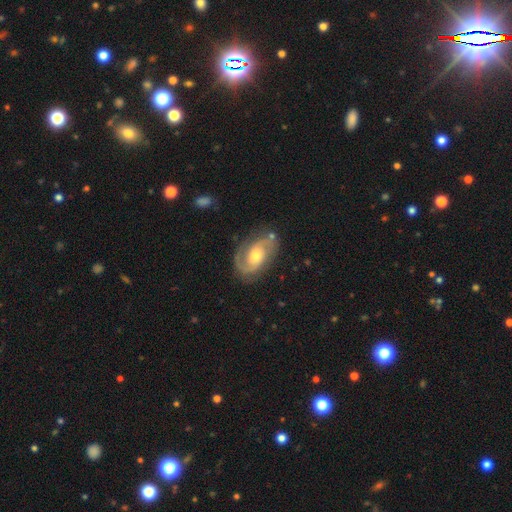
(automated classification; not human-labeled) smooth-or-featured: featured or disk: 84% | smooth: 11% | star or artifact: 6%
  disk-edge-on: no: 97% | yes: 3%
    bar: no: 60% | weak: 33% | strong: 7%
    has-spiral-arms: yes: 95% | no: 5%
      spiral-winding: medium: 50% | tight: 32% | loose: 19%
      spiral-arm-count: 2: 85% | can't tell: 6% | 1: 4% | 3: 2% | 4: 1% | more than 4: 1%
    bulge-size: moderate: 62% | small: 31% | large: 5% | none: 1% | dominant: 1%
  merging: none: 74% | minor disturbance: 17% | major disturbance: 6% | merger: 3%